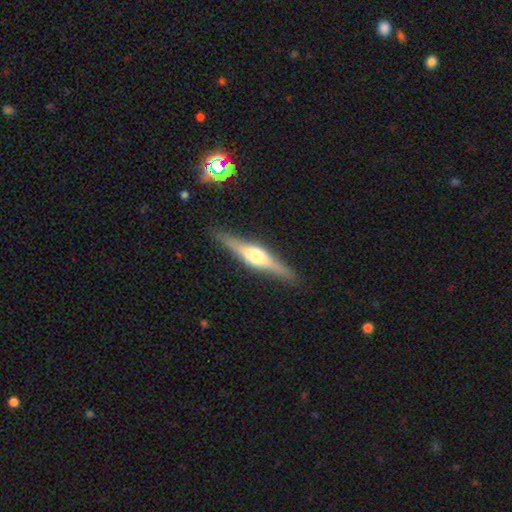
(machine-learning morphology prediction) This is likely a featured or disk galaxy (73%). It is clearly viewed edge-on (97%). Edge-on bulge: clearly rounded (88%). Merging: clearly none (89%).